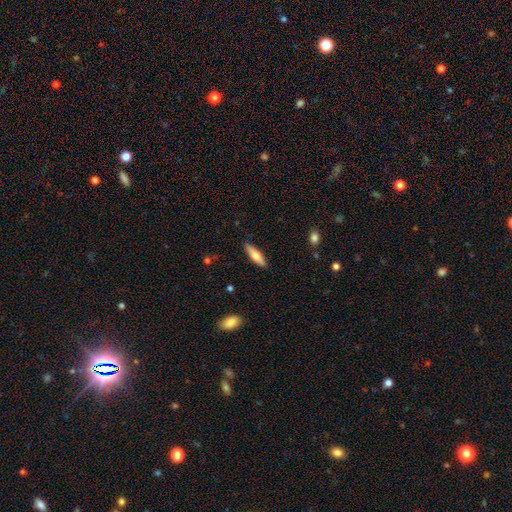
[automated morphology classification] Overall: smooth (65%; featured or disk 29%). How rounded: cigar-shaped (62%; in between 36%). Merging: none (89%).